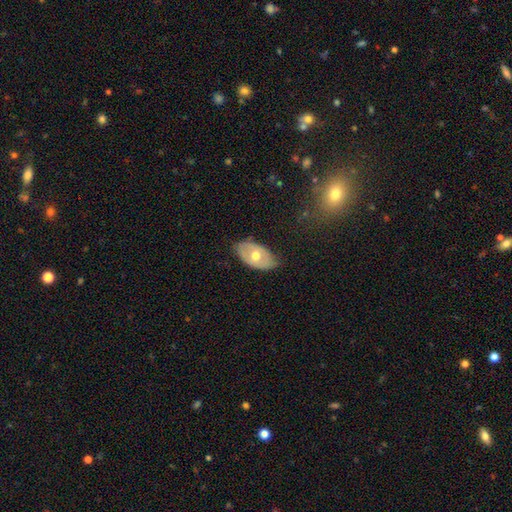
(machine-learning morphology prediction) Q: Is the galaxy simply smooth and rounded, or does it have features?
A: smooth — 49%.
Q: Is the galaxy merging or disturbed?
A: none — 71%.